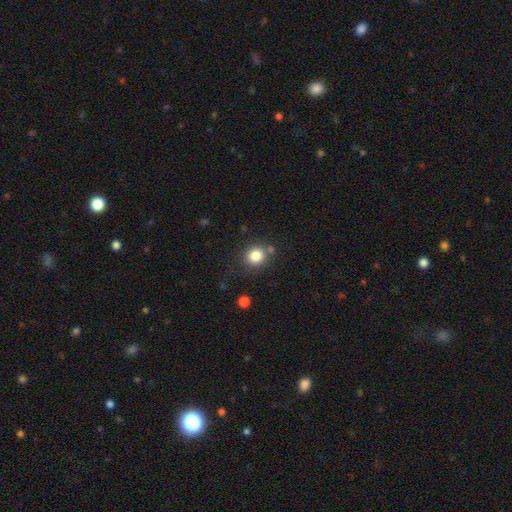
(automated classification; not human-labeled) Smooth or featured: smooth — 82% (star or artifact — 12%)
How rounded: round — 87% (in between — 12%)
Merging: none — 78% (minor disturbance — 11%)